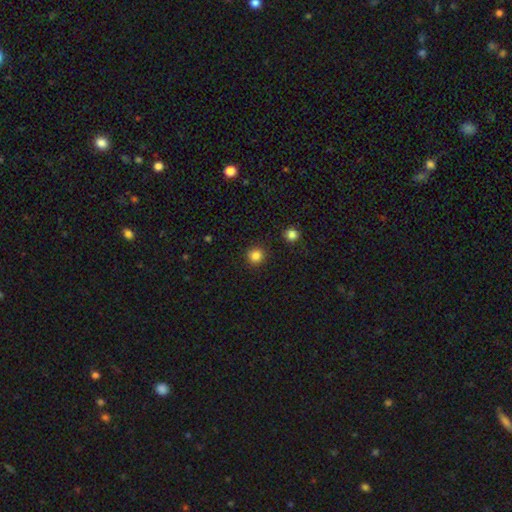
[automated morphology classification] This appears to be a smooth galaxy with no disk features (84%) that is round (93%). Merging: none (91%).